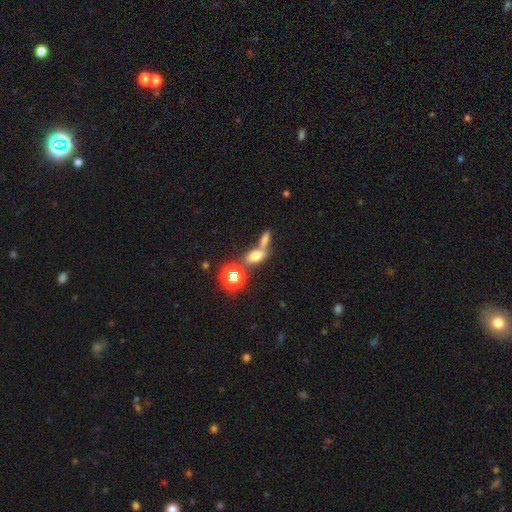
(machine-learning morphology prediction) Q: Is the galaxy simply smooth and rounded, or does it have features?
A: smooth — 66%.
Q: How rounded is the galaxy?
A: in between — 73%.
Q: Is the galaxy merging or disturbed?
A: merger — 51%.